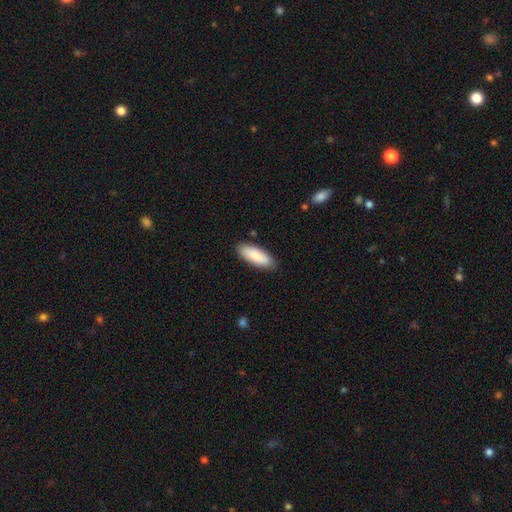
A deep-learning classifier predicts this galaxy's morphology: type=smooth (87%); roundness=in between (71%); merging=none (86%).